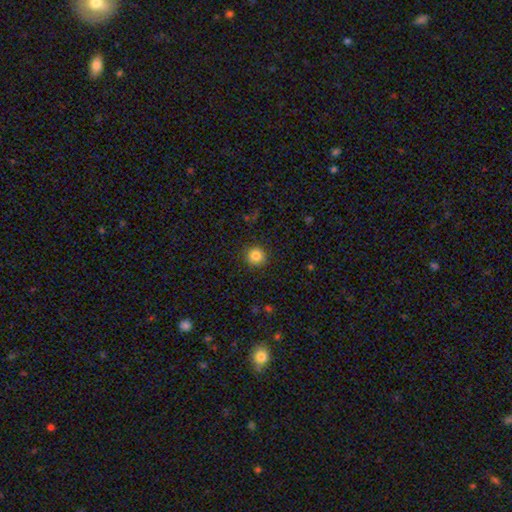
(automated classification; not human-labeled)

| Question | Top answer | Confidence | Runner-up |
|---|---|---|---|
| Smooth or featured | smooth | 85% | star or artifact (10%) |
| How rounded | round | 93% | in between (6%) |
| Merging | none | 91% | minor disturbance (6%) |